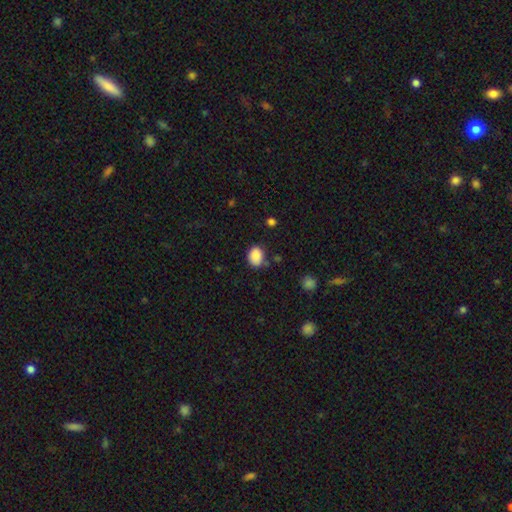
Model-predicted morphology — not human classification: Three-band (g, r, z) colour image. It shows a smooth galaxy with no disk features (88%) that is in between round and cigar-shaped (59%). Merging: none (71%).